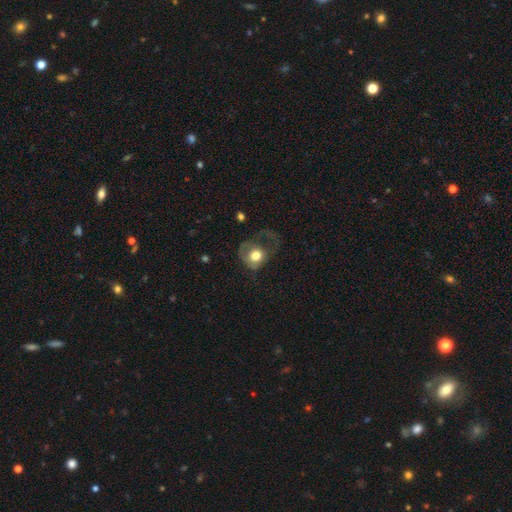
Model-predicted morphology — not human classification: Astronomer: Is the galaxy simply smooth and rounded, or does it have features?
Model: smooth — 62%.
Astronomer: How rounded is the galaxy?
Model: round — 66%.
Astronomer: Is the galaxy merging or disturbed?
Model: major disturbance — 58%.